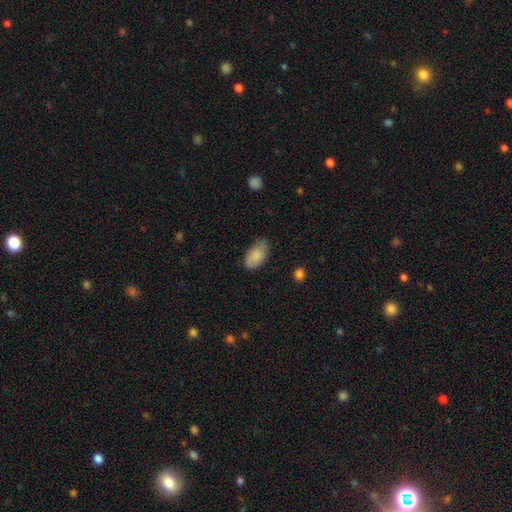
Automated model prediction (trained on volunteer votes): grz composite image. It shows a smooth galaxy with no disk features (86%) that is in between round and cigar-shaped (94%). Merging: none (71%).